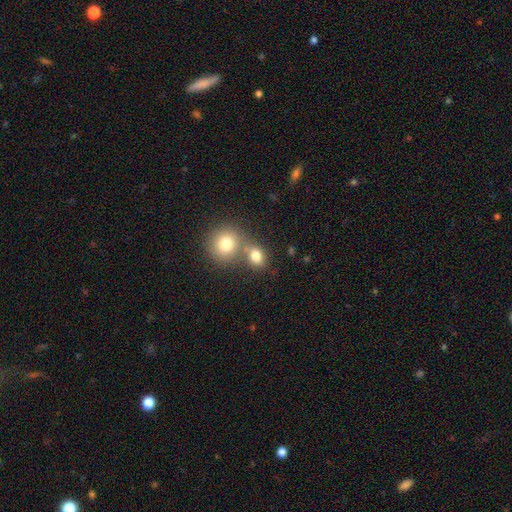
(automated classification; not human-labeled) Smooth or featured?
  - smooth: 80% *
  - star or artifact: 11%
  - featured or disk: 10%
How rounded?
  - round: 58% *
  - in between: 40%
  - cigar-shaped: 1%
Merging?
  - merger: 45% *
  - none: 42%
  - minor disturbance: 9%
  - major disturbance: 4%